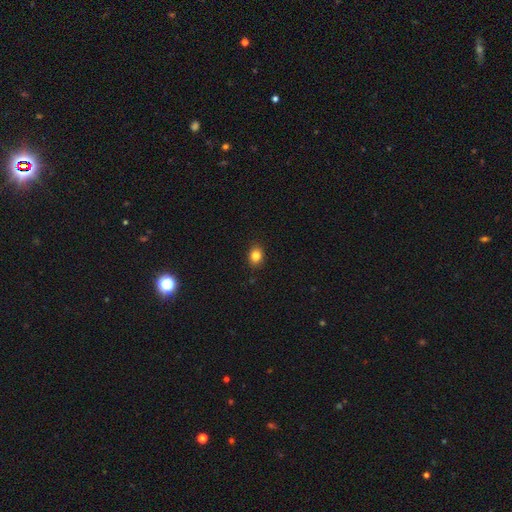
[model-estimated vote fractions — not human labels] Smooth or featured? Predicted: smooth (p=0.83). How rounded? Predicted: in between (p=0.52). Merging? Predicted: none (p=0.89).